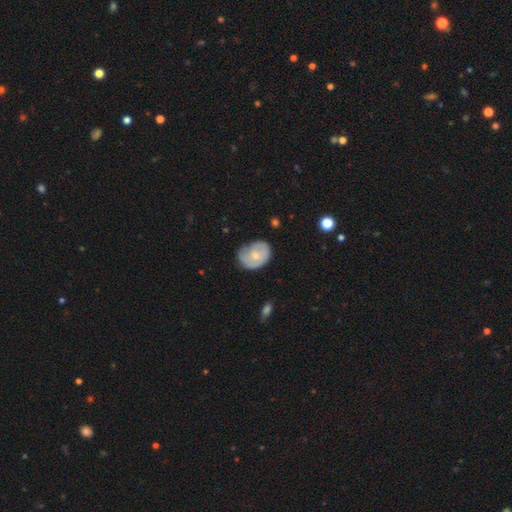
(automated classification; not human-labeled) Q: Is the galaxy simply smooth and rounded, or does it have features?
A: smooth — 54%.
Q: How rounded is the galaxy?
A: in between — 55%.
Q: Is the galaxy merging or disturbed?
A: none — 48%.